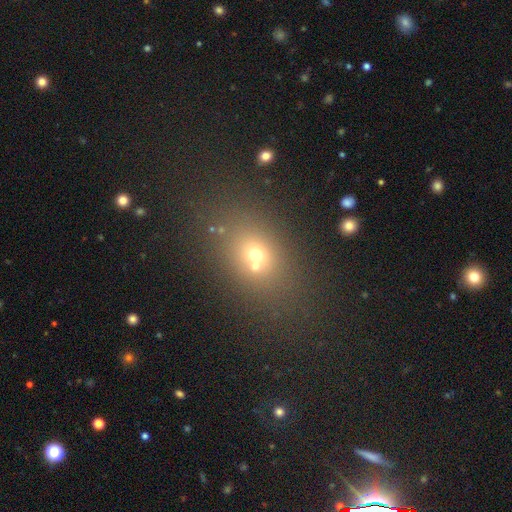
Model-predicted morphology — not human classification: Q: Smooth or featured?
A: smooth (56%); runner-up: star or artifact (27%)
Q: How rounded?
A: in between (58%); runner-up: round (40%)
Q: Merging?
A: none (58%); runner-up: merger (27%)